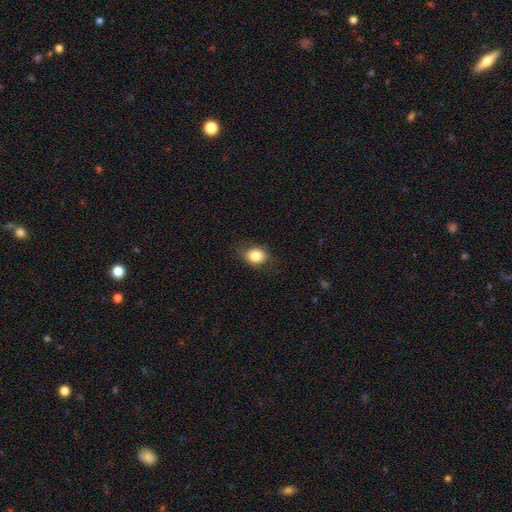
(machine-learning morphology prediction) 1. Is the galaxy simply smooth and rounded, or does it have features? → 84% smooth, 9% star or artifact, 7% featured or disk.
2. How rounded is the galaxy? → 56% round, 43% in between, 1% cigar-shaped.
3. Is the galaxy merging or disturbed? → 79% none, 16% minor disturbance, 4% major disturbance, 1% merger.